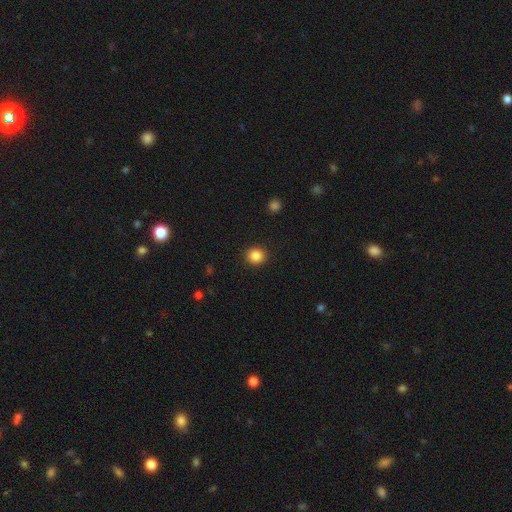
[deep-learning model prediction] Smooth or featured? smooth (86%)
How rounded? round (88%)
Merging? none (92%)